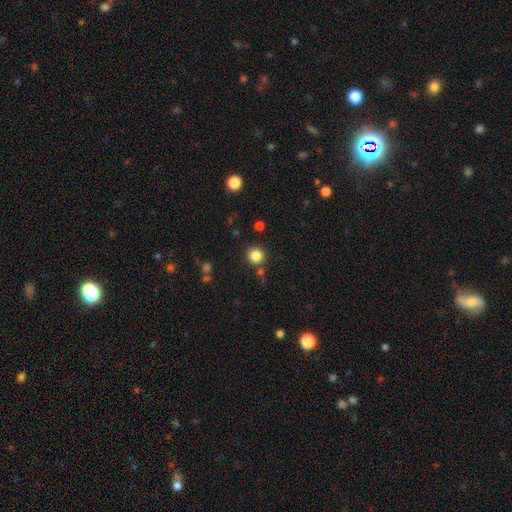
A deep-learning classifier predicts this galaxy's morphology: The model was most divided on "smooth or featured": smooth: 84%, star or artifact: 12%, featured or disk: 5%. More confident: how rounded — round (94%); merging — none (86%).